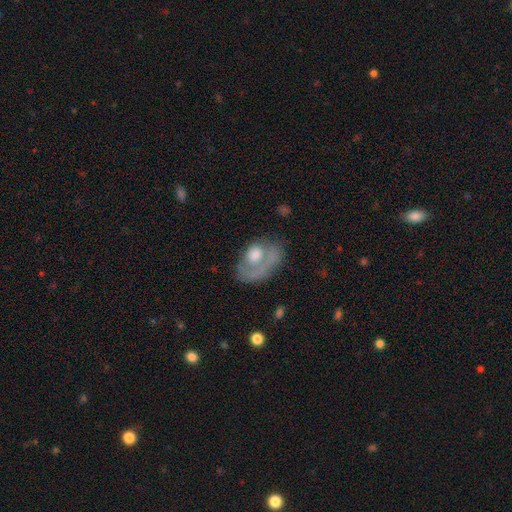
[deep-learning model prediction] featured or disk 51%, smooth 41%, star or artifact 8%. Down the decision tree: edge-on disk — no (96%); merging — none (42%).